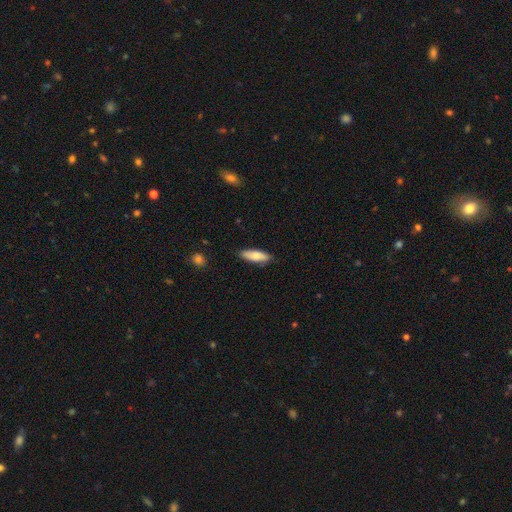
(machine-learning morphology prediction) This appears to be a smooth galaxy with no disk features (78%) that is in between round and cigar-shaped (54%). Merging: none (85%).